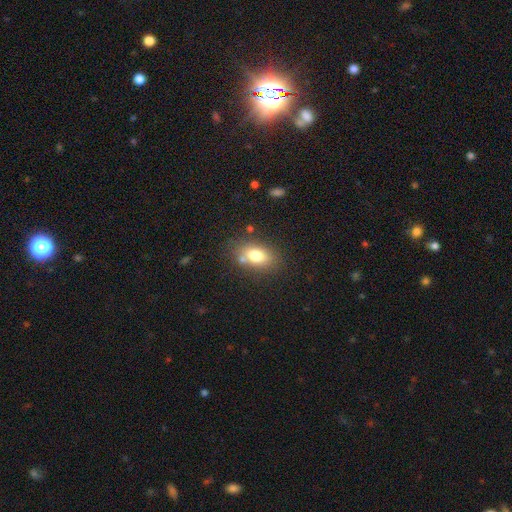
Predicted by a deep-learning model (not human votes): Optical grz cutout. It shows a smooth galaxy with no disk features (76%) that is in between round and cigar-shaped (85%). Merging: none (72%).